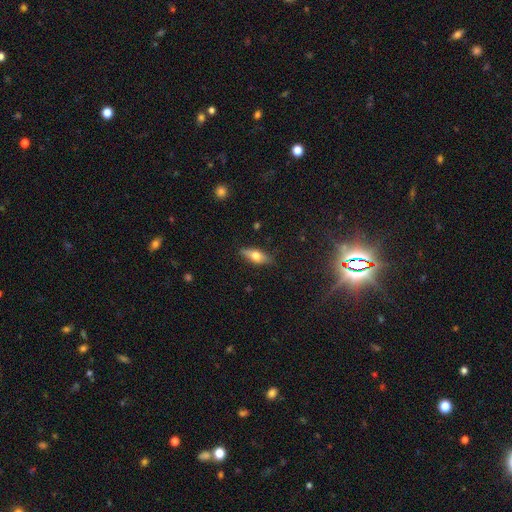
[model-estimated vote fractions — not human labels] Smooth or featured? smooth (53%)
How rounded? in between (59%)
Merging? none (85%)